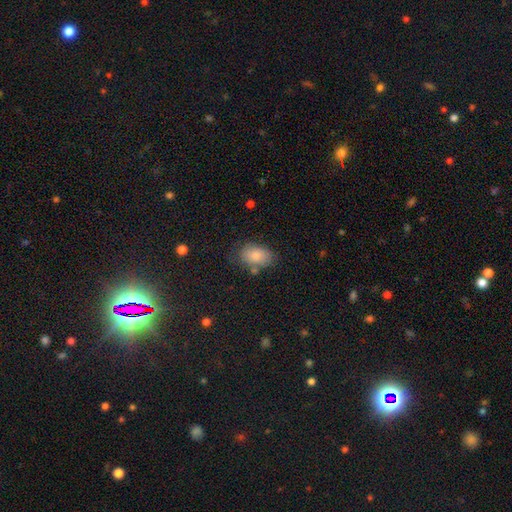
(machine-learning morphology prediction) Smooth or featured?
  - smooth: 83% *
  - featured or disk: 9%
  - star or artifact: 8%
How rounded?
  - in between: 86% *
  - round: 13%
  - cigar-shaped: 1%
Merging?
  - none: 67% *
  - minor disturbance: 20%
  - merger: 7%
  - major disturbance: 6%